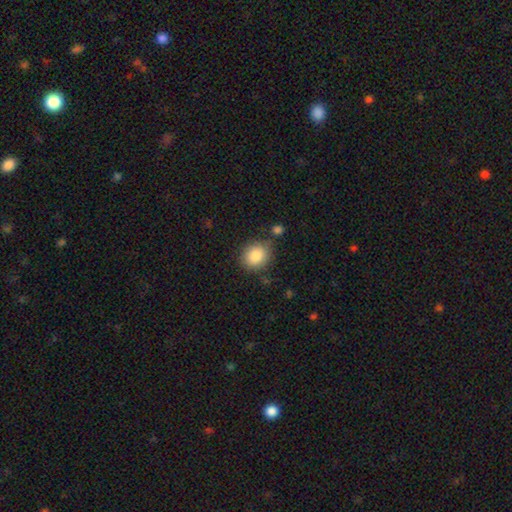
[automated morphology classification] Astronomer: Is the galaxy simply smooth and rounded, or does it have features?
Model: smooth — 86%.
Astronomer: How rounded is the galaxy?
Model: round — 68%.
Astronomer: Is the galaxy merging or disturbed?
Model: none — 78%.